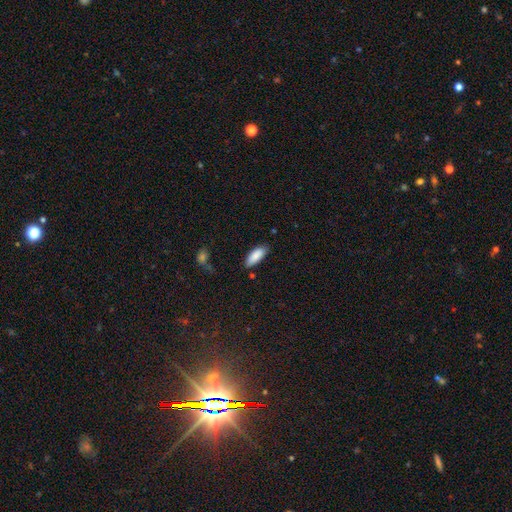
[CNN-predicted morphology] Smooth or featured? smooth (88%)
How rounded? in between (78%)
Merging? none (80%)